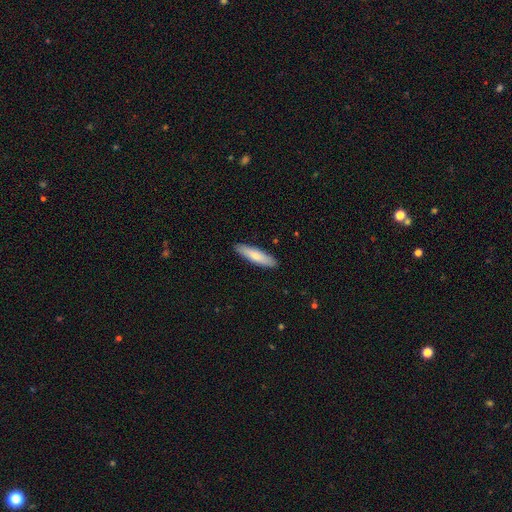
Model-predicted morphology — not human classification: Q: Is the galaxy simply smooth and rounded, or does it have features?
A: smooth — 79%.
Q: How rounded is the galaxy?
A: cigar-shaped — 73%.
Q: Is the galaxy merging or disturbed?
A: none — 90%.